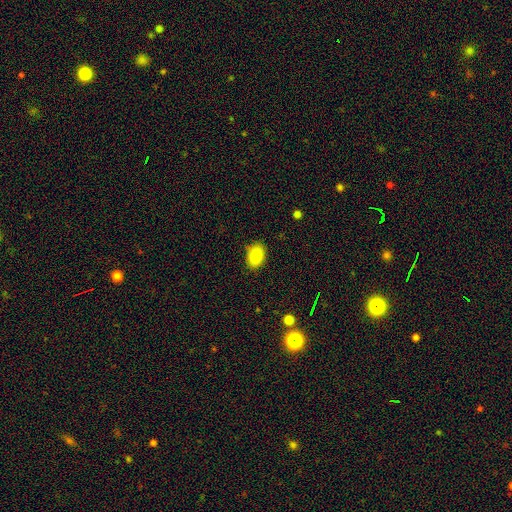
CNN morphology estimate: This is clearly a smooth galaxy (88%). How rounded: clearly in between (87%). Merging: clearly none (84%).